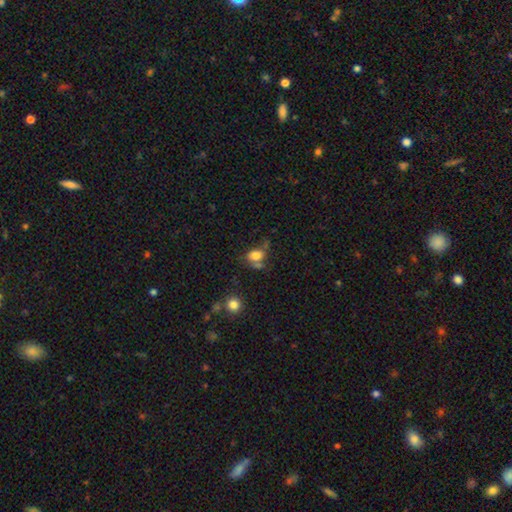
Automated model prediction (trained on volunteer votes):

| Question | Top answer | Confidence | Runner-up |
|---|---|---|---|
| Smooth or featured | smooth | 76% | star or artifact (12%) |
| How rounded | in between | 68% | round (30%) |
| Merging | none | 41% | merger (23%) |